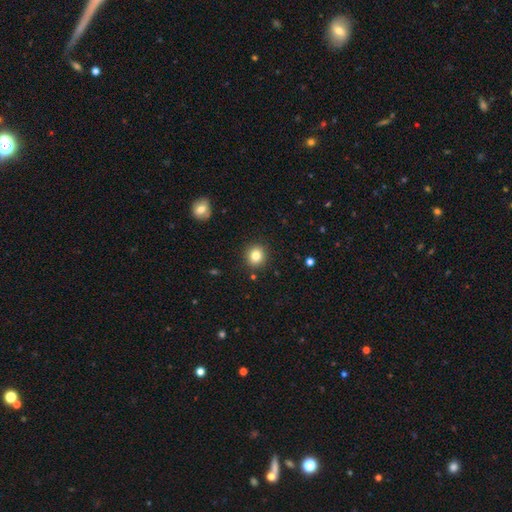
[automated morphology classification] smooth-or-featured: smooth: 82% | star or artifact: 11% | featured or disk: 7%
  how-rounded: round: 85% | in between: 14% | cigar-shaped: 1%
  merging: none: 90% | minor disturbance: 7% | major disturbance: 2% | merger: 2%